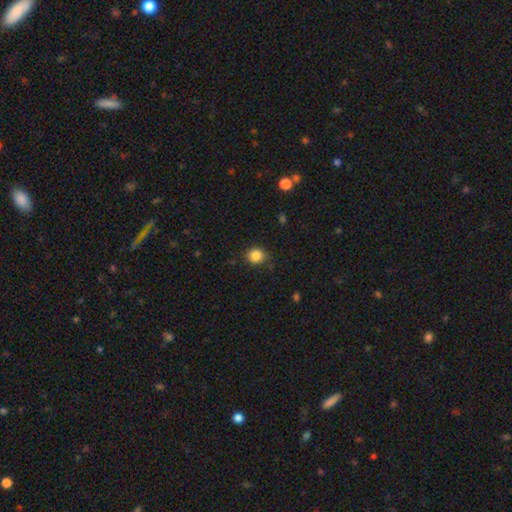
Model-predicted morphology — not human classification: Overall: smooth (85%). How rounded: round (85%). Merging: none (77%).